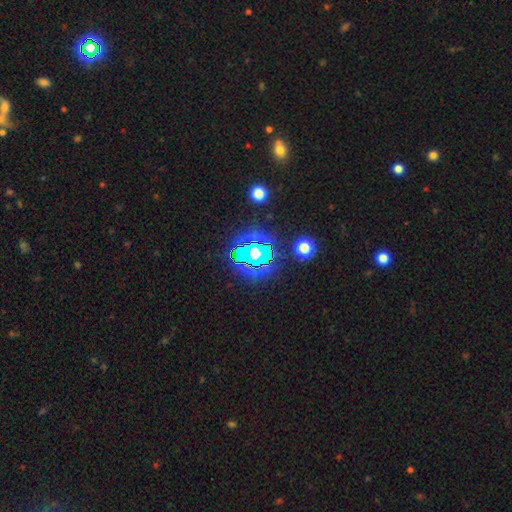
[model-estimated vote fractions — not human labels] A star or artifact, not a galaxy (68%).

Vote fractions:
- Smooth or featured? star or artifact: 68% / smooth: 19% / featured or disk: 13%